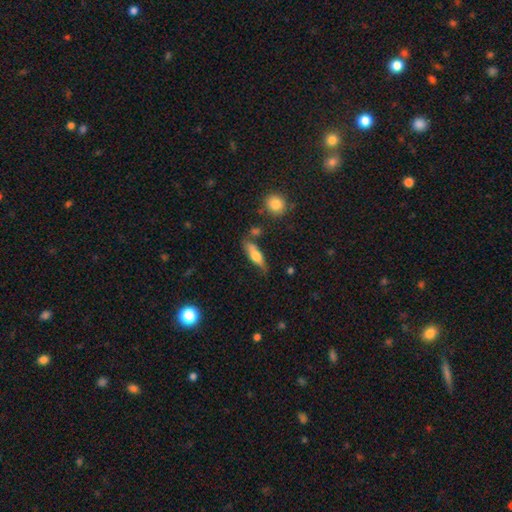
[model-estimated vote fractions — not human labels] smooth_or_featured: smooth (p=0.55) [alt: featured or disk p=0.39]
how_rounded: cigar-shaped (p=0.57) [alt: in between p=0.40]
merging: none (p=0.67) [alt: minor disturbance p=0.21]